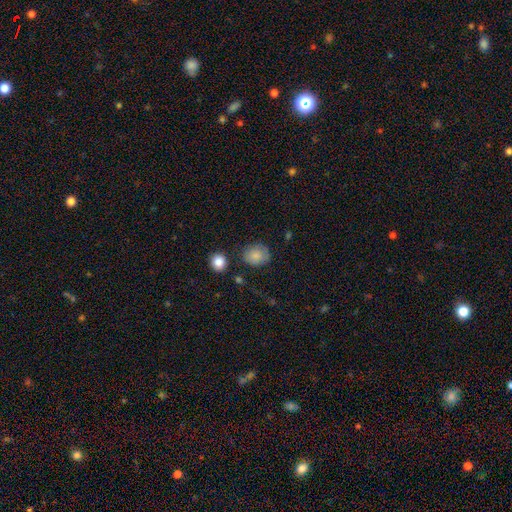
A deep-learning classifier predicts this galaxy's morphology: A smooth galaxy with no disk features (81%) that is round (66%). Merging: none (73%).